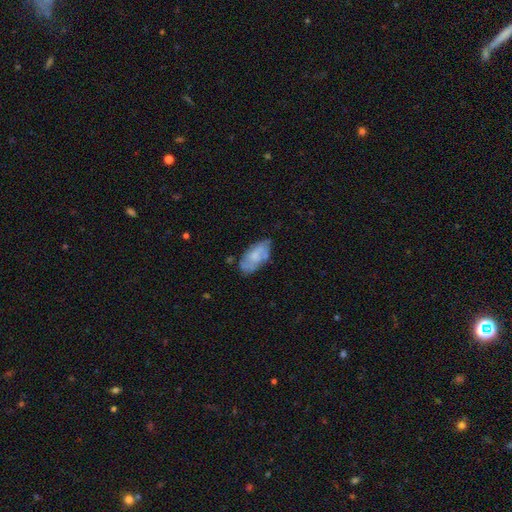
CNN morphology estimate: Smooth or featured?
  - smooth: 48% *
  - featured or disk: 44%
  - star or artifact: 7%
Merging?
  - none: 59% *
  - minor disturbance: 29%
  - major disturbance: 9%
  - merger: 4%